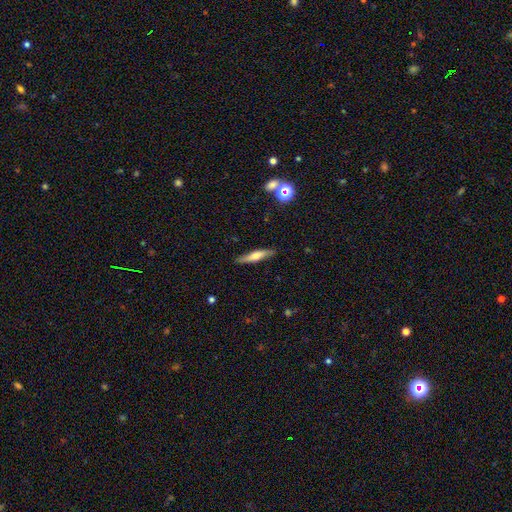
Q: Smooth or featured?
A: smooth (46%); runner-up: featured or disk (44%)
Q: How rounded?
A: cigar-shaped (83%); runner-up: in between (11%)
Q: Merging?
A: none (97%); runner-up: merger (3%)